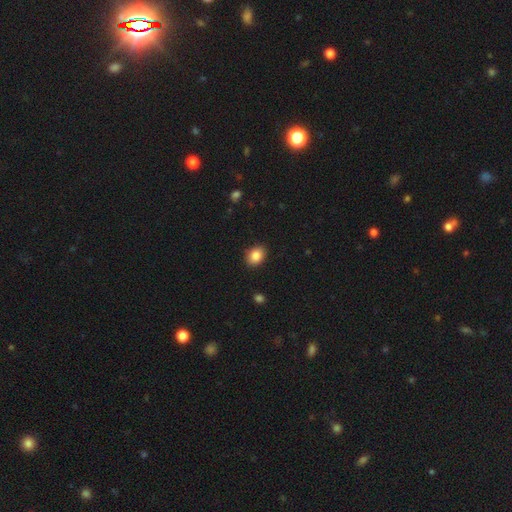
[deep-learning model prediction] Smooth or featured?
  - smooth: 86% *
  - star or artifact: 9%
  - featured or disk: 6%
How rounded?
  - in between: 62% *
  - round: 37%
  - cigar-shaped: 1%
Merging?
  - none: 89% *
  - minor disturbance: 8%
  - major disturbance: 2%
  - merger: 1%